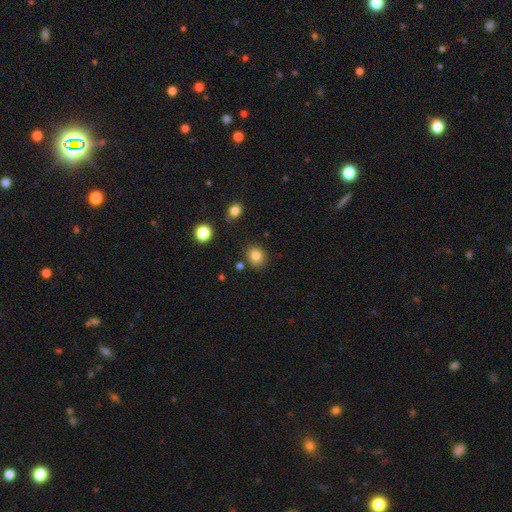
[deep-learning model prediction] Smooth or featured?
  - smooth: 84% *
  - star or artifact: 11%
  - featured or disk: 6%
How rounded?
  - round: 68% *
  - in between: 31%
  - cigar-shaped: 1%
Merging?
  - none: 81% *
  - minor disturbance: 12%
  - merger: 4%
  - major disturbance: 3%